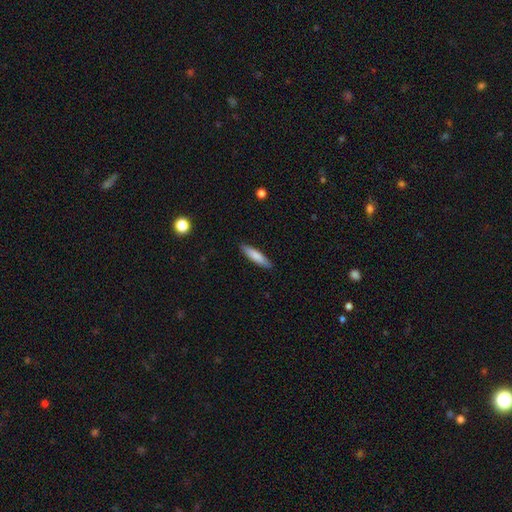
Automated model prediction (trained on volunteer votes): This is clearly a smooth galaxy (81%). How rounded: clearly cigar-shaped (82%). Merging: clearly none (89%).